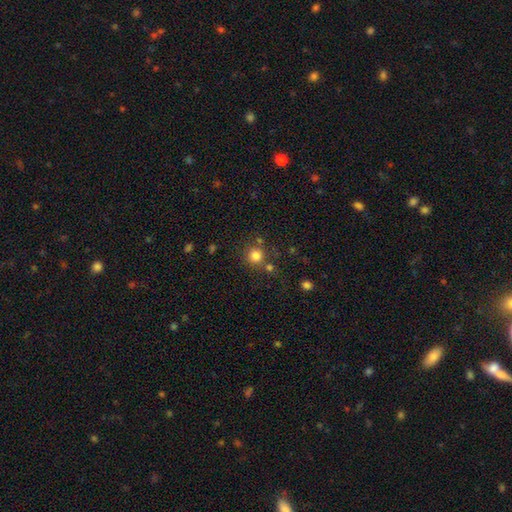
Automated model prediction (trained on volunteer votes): smooth_or_featured: smooth (p=0.80) [alt: star or artifact p=0.13]
how_rounded: round (p=0.93) [alt: in between p=0.07]
merging: none (p=0.72) [alt: merger p=0.15]